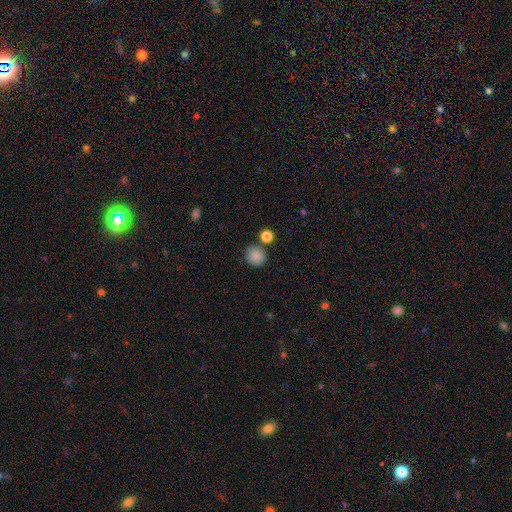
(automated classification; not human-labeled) This appears to be a smooth galaxy with no disk features (85%) that is round (87%). Merging: none (77%).